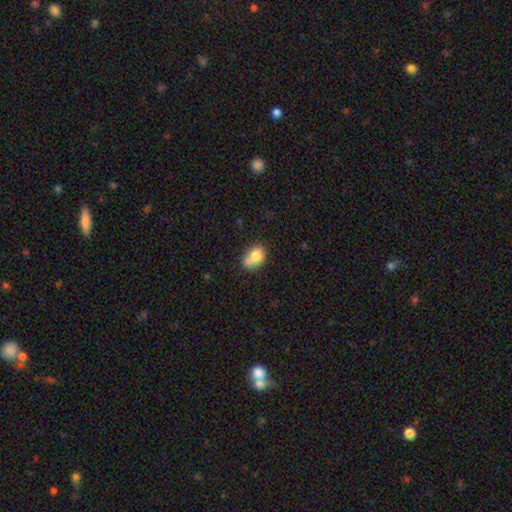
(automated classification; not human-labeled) This appears to be a smooth galaxy with no disk features (76%) that is in between round and cigar-shaped (65%). Merging: none (41%).